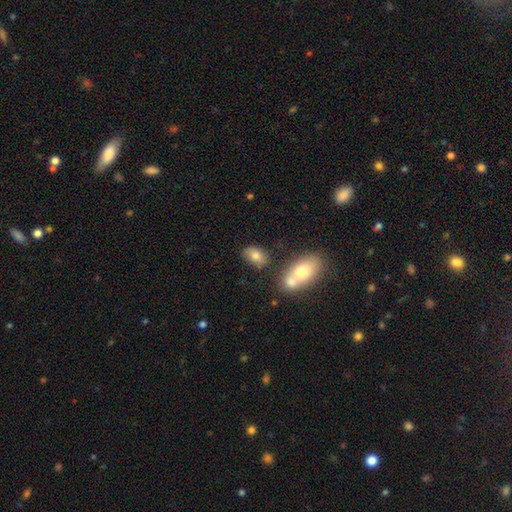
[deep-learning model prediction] Smooth or featured: smooth — 80% (featured or disk — 12%)
How rounded: in between — 85% (round — 13%)
Merging: none — 69% (minor disturbance — 14%)